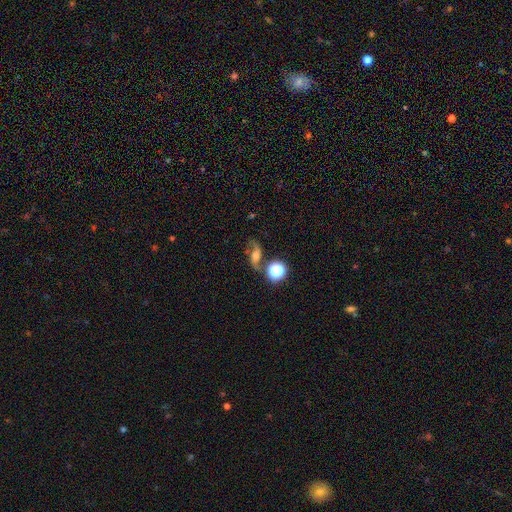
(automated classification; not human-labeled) smooth_or_featured: featured or disk (p=0.70) [alt: smooth p=0.16]
disk_edge_on: no (p=0.94) [alt: yes p=0.06]
bar: no (p=0.50) [alt: weak p=0.34]
has_spiral_arms: yes (p=0.94) [alt: no p=0.06]
spiral_winding: loose (p=0.74) [alt: medium p=0.21]
spiral_arm_count: 2 (p=0.92) [alt: 1 p=0.03]
bulge_size: moderate (p=0.47) [alt: large p=0.22]
merging: none (p=0.65) [alt: minor disturbance p=0.15]